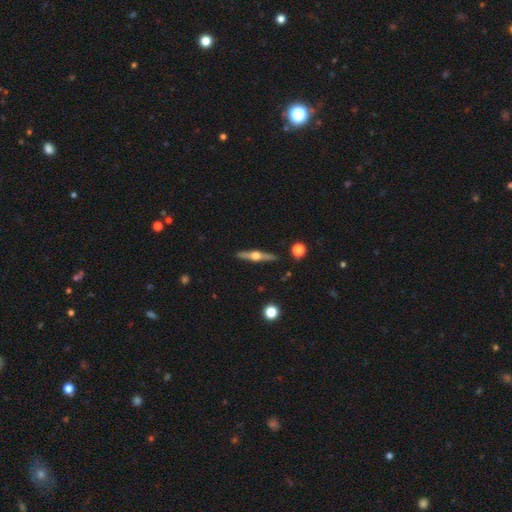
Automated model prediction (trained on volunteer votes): Smooth or featured: featured or disk — 75% (smooth — 19%)
Edge-on disk: yes — 98% (no — 2%)
Edge-on bulge: rounded — 96% (boxy — 3%)
Merging: none — 90% (minor disturbance — 7%)